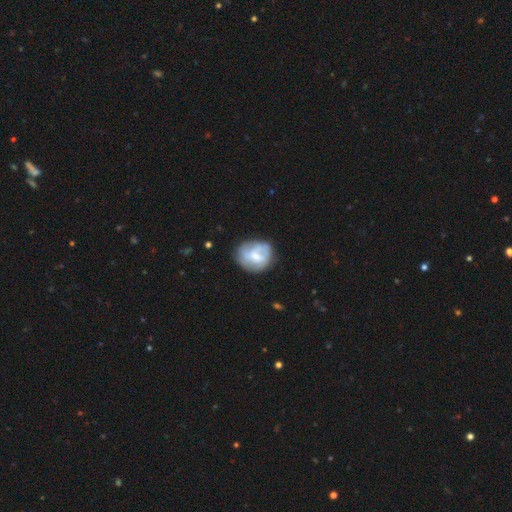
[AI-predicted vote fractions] This appears to be a featured or disk galaxy (48%). Merging: none (63%).